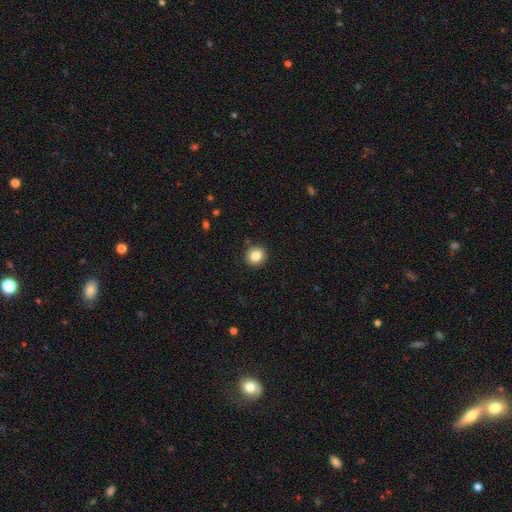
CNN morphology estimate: smooth_or_featured: smooth (p=0.84) [alt: star or artifact p=0.10]
how_rounded: round (p=0.89) [alt: in between p=0.10]
merging: none (p=0.91) [alt: minor disturbance p=0.06]